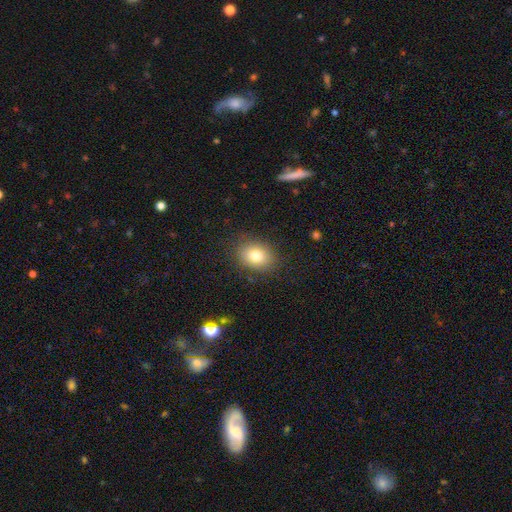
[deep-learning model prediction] smooth 80%, star or artifact 10%, featured or disk 10%. Down the decision tree: how rounded — in between (63%); merging — none (86%).